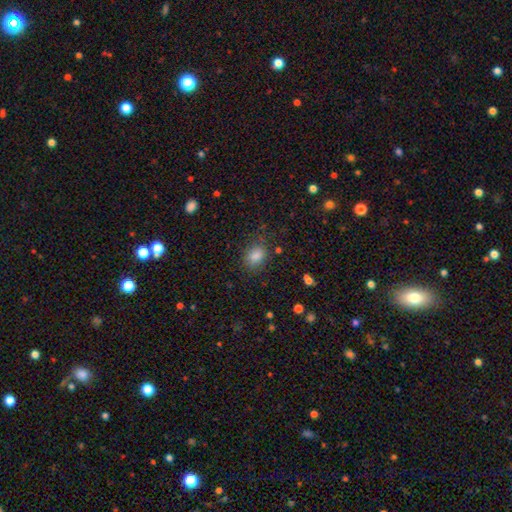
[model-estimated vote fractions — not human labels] The model was most divided on "how rounded": in between: 67%, round: 32%, cigar-shaped: 1%. More confident: smooth or featured — smooth (82%); merging — none (79%).